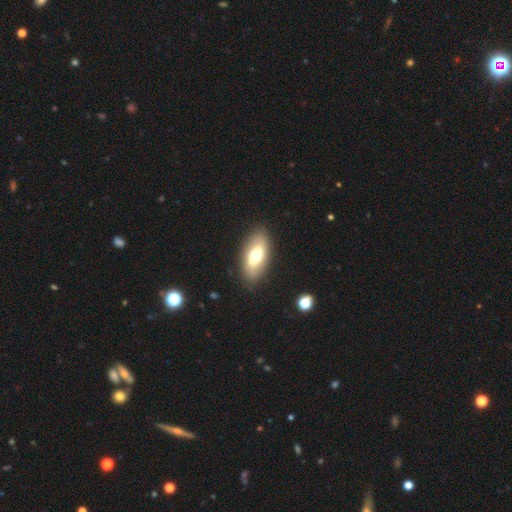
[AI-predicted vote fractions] This is possibly a smooth galaxy (59%). How rounded: clearly in between (88%). Merging: clearly none (87%).